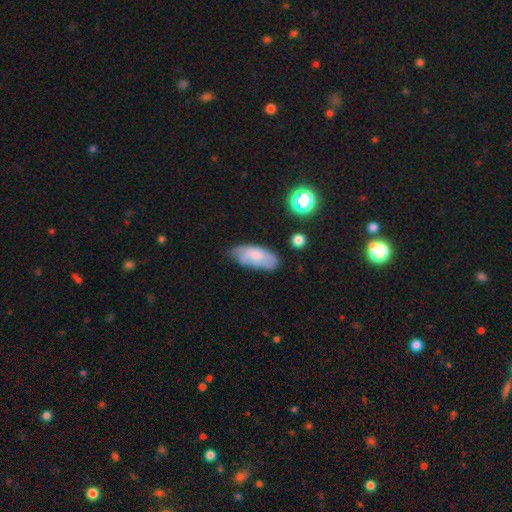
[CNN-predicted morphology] Smooth or featured: smooth — 65% (featured or disk — 27%)
How rounded: in between — 87% (cigar-shaped — 11%)
Merging: none — 56% (minor disturbance — 32%)